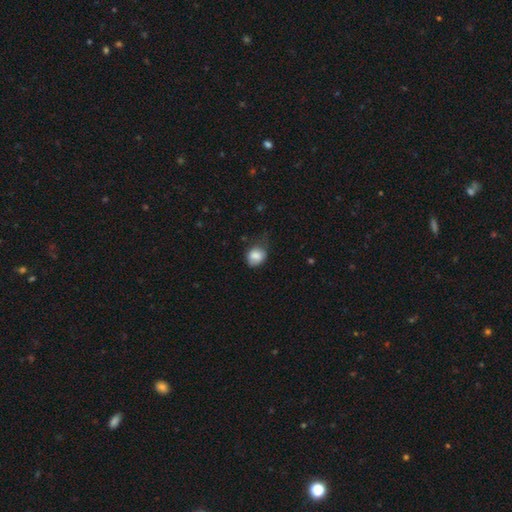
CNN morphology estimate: type=smooth (81%); roundness=round (51%); merging=none (44%).